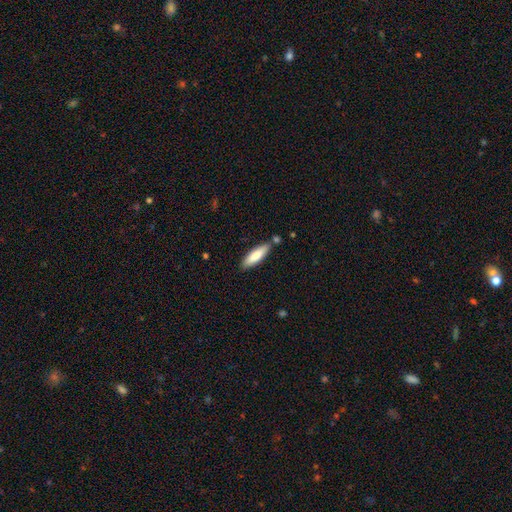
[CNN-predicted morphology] smooth_or_featured: smooth (p=0.79) [alt: featured or disk p=0.16]
how_rounded: cigar-shaped (p=0.60) [alt: in between p=0.39]
merging: none (p=0.80) [alt: minor disturbance p=0.12]